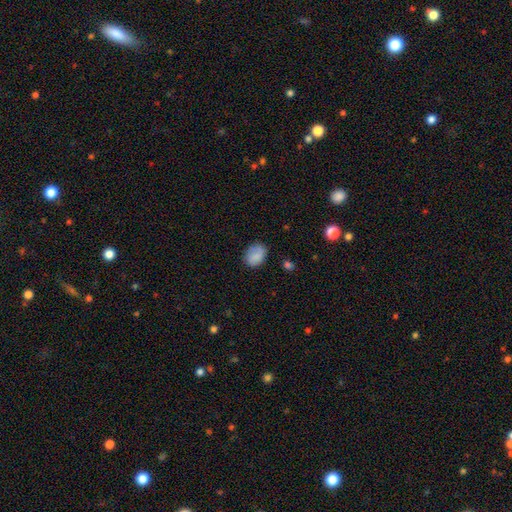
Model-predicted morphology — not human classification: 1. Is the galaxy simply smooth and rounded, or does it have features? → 81% smooth, 10% featured or disk, 9% star or artifact.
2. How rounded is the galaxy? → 66% in between, 33% round, 1% cigar-shaped.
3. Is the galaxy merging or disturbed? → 71% none, 21% minor disturbance, 6% major disturbance, 2% merger.